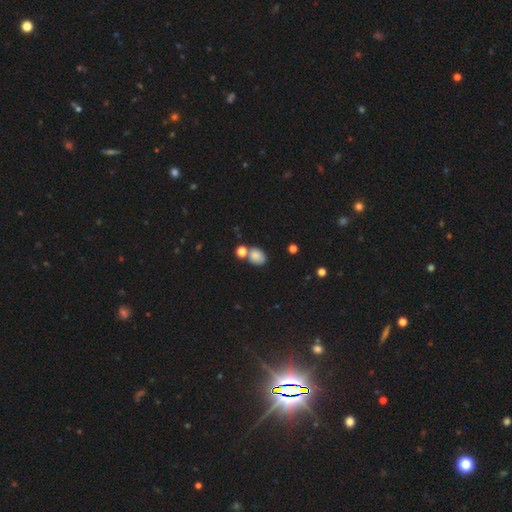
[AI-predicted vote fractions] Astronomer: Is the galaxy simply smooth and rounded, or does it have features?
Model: smooth — 82%.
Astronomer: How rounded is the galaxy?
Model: in between — 52% (runner-up: round, 47%).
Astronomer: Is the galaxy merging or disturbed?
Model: none — 55%.